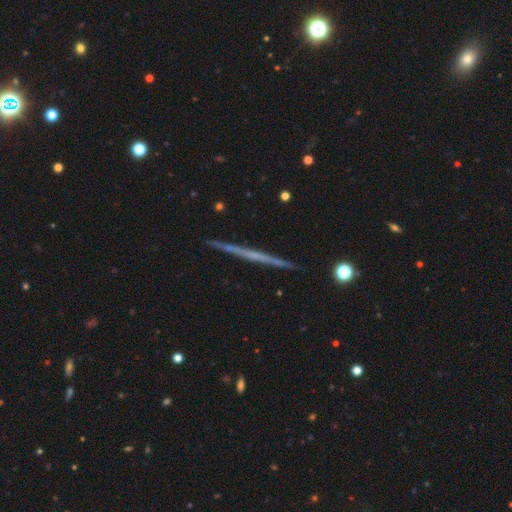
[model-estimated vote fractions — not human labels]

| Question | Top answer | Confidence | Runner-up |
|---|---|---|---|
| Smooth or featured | featured or disk | 68% | smooth (27%) |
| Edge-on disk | yes | 98% | no (2%) |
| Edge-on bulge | none | 88% | rounded (8%) |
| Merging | none | 92% | minor disturbance (5%) |